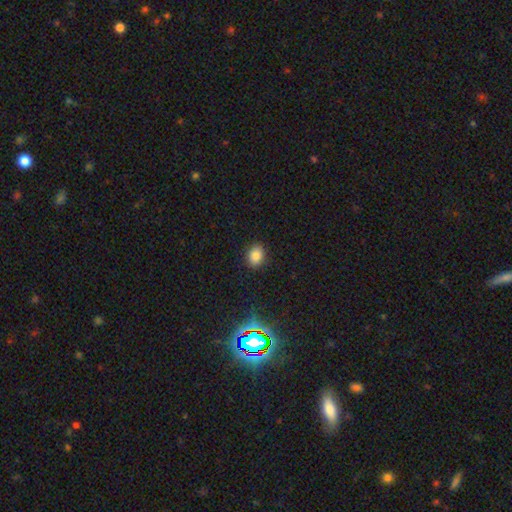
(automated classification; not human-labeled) Smooth or featured?
  - smooth: 83% *
  - star or artifact: 12%
  - featured or disk: 5%
How rounded?
  - in between: 62% *
  - round: 37%
  - cigar-shaped: 1%
Merging?
  - none: 88% *
  - minor disturbance: 8%
  - major disturbance: 2%
  - merger: 1%